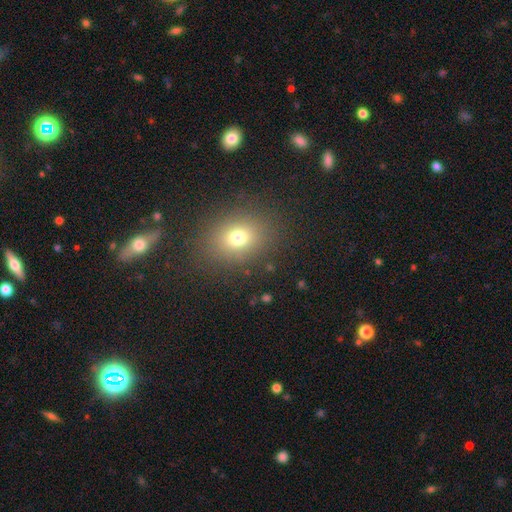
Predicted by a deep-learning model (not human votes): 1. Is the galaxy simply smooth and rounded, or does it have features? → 62% smooth, 28% star or artifact, 10% featured or disk.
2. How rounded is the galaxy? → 50% round, 48% in between, 2% cigar-shaped.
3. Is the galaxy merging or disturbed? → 87% none, 7% minor disturbance, 3% merger, 3% major disturbance.